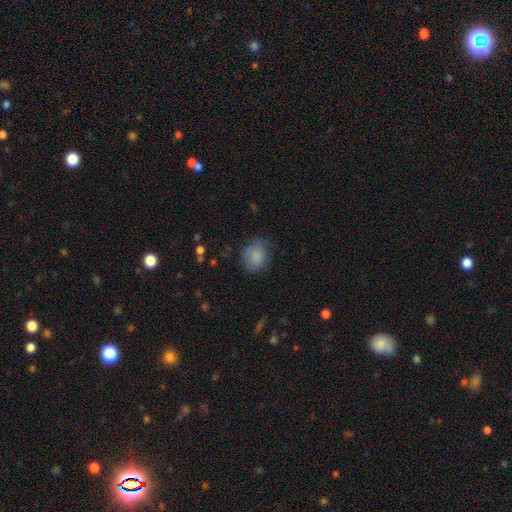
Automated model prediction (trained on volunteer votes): A smooth galaxy with no disk features (82%) that is round (65%). Merging: none (66%).